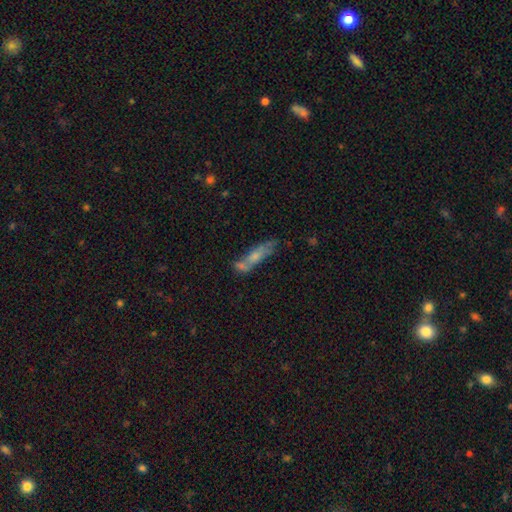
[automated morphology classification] Q: Smooth or featured?
A: smooth (59%); runner-up: featured or disk (32%)
Q: How rounded?
A: cigar-shaped (67%); runner-up: in between (30%)
Q: Merging?
A: none (39%); runner-up: merger (32%)